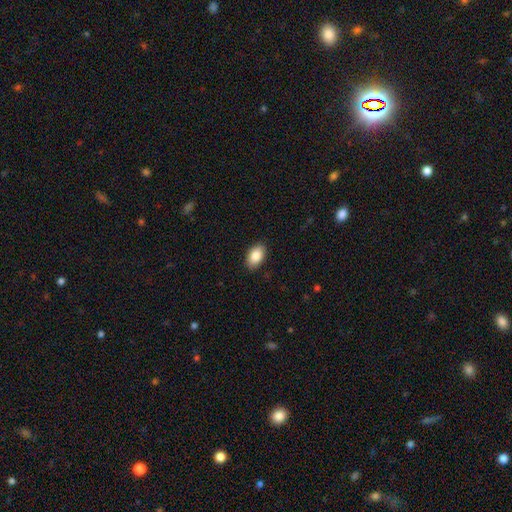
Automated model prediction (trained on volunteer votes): A smooth galaxy with no disk features (87%) that is in between round and cigar-shaped (92%). Merging: none (89%).